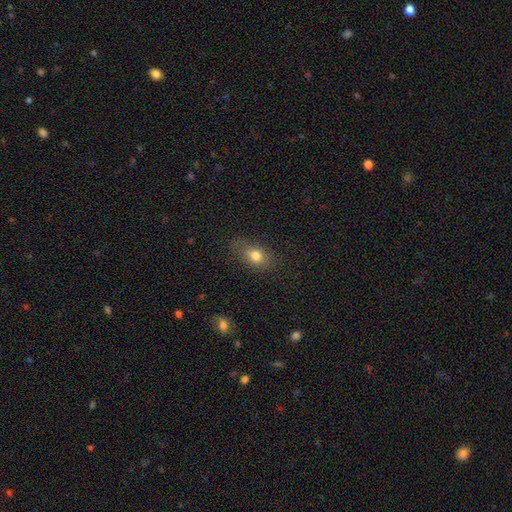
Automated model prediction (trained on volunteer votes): Smooth or featured? Predicted: smooth (p=0.76). How rounded? Predicted: in between (p=0.67). Merging? Predicted: none (p=0.64).